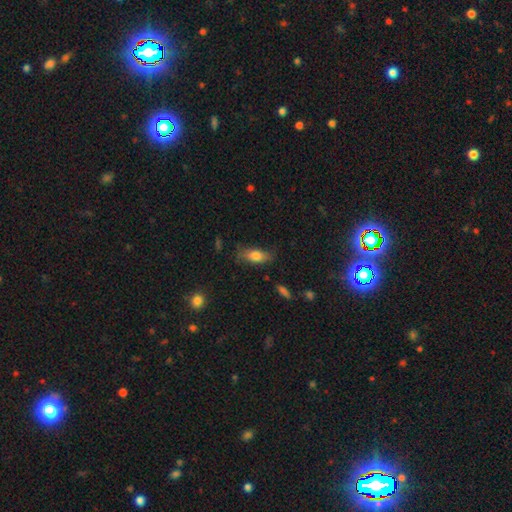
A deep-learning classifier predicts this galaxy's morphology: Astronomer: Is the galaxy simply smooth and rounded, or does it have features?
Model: smooth — 73%.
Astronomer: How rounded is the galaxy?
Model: in between — 76%.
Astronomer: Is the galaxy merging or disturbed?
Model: none — 72%.